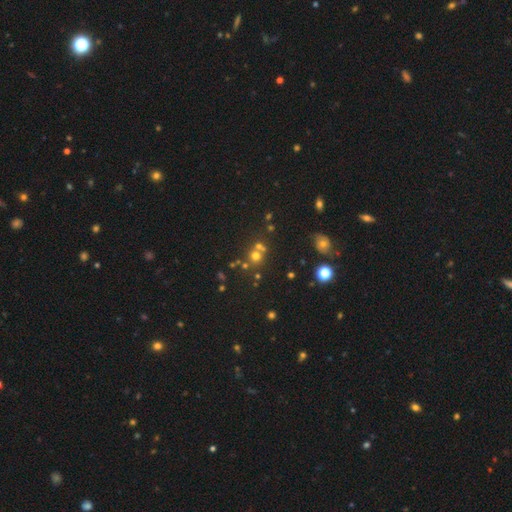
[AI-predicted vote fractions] Smooth or featured: smooth — 58% (star or artifact — 27%)
How rounded: round — 85% (in between — 14%)
Merging: none — 54% (merger — 33%)